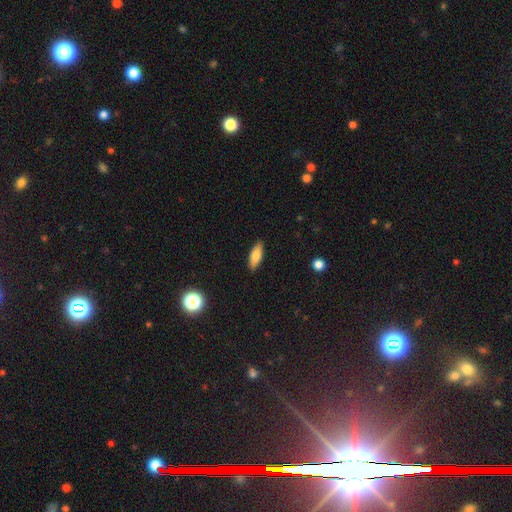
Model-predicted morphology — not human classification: smooth-or-featured: smooth: 80% | featured or disk: 13% | star or artifact: 7%
  how-rounded: in between: 72% | cigar-shaped: 26% | round: 2%
  merging: none: 88% | minor disturbance: 9% | major disturbance: 2% | merger: 1%